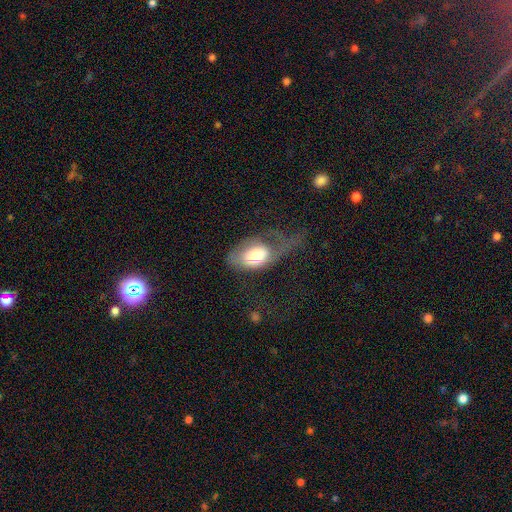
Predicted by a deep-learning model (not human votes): Overall: smooth (65%; featured or disk 29%). How rounded: in between (89%). Merging: major disturbance (57%; minor disturbance 21%).